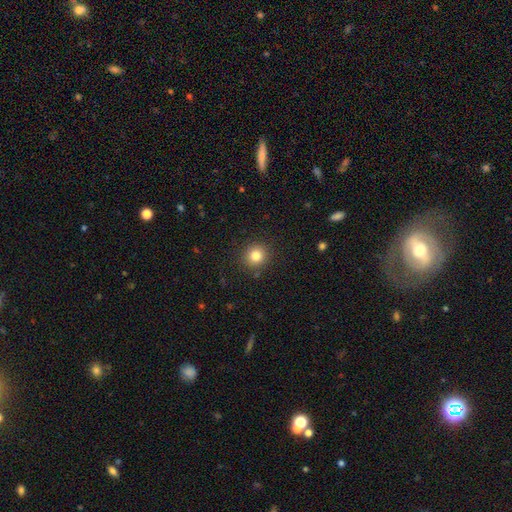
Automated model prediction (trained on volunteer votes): smooth 81%, star or artifact 12%, featured or disk 7%. Down the decision tree: how rounded — round (91%); merging — none (89%).